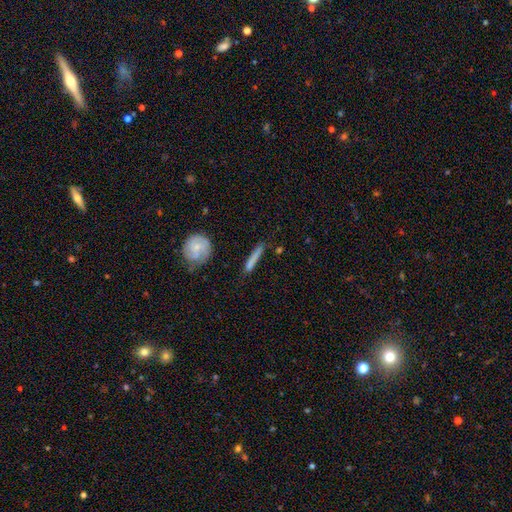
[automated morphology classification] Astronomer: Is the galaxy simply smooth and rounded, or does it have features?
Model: smooth — 44% (runner-up: featured or disk, 43%).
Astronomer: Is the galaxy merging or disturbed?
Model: none — 80%.